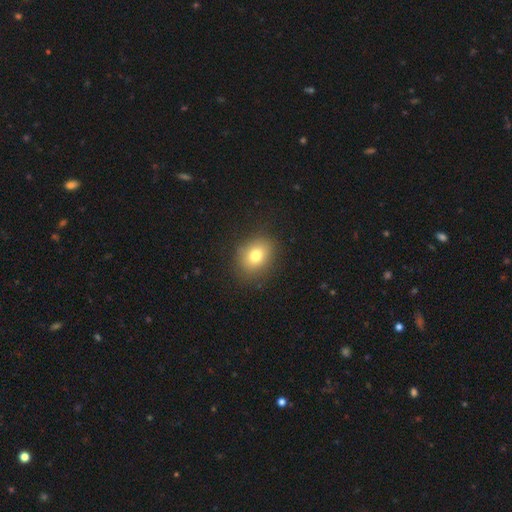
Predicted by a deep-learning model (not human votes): smooth-or-featured: smooth: 78% | star or artifact: 11% | featured or disk: 11%
  how-rounded: round: 53% | in between: 46% | cigar-shaped: 1%
  merging: none: 85% | minor disturbance: 11% | major disturbance: 4% | merger: 1%